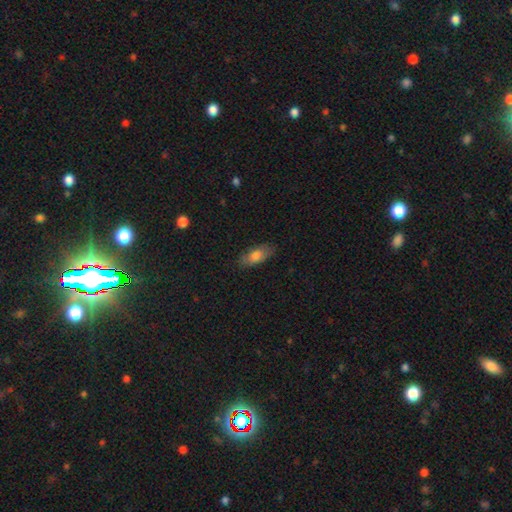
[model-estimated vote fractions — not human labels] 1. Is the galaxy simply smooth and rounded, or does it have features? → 76% smooth, 17% featured or disk, 7% star or artifact.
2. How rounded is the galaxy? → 82% in between, 15% cigar-shaped, 3% round.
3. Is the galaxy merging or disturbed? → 82% none, 14% minor disturbance, 3% major disturbance, 1% merger.